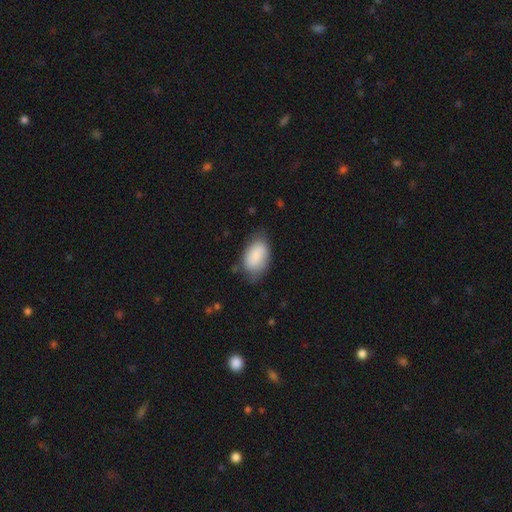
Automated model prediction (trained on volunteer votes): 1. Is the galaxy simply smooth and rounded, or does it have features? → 84% smooth, 10% featured or disk, 6% star or artifact.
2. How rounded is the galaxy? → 92% in between, 7% round, 1% cigar-shaped.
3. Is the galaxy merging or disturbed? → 63% none, 27% minor disturbance, 8% major disturbance, 2% merger.